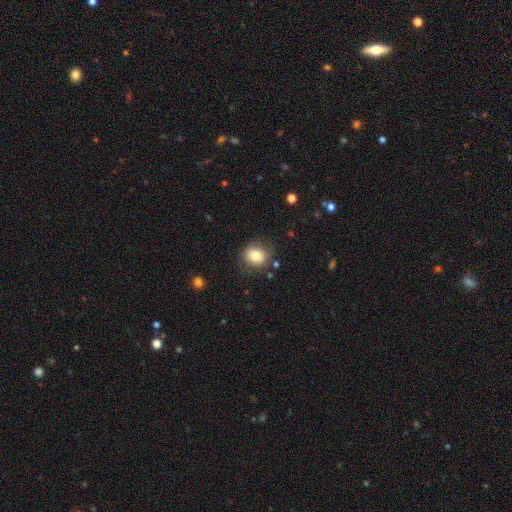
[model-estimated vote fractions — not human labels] Morphology: type=smooth (77%); roundness=round (76%); merging=none (78%).